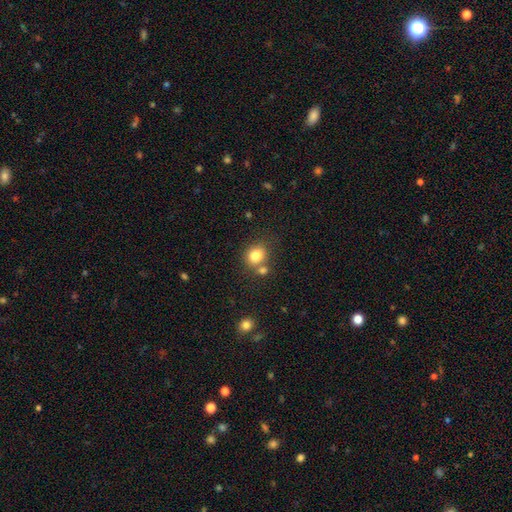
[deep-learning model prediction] Q: Smooth or featured?
A: smooth (82%); runner-up: star or artifact (10%)
Q: How rounded?
A: round (64%); runner-up: in between (35%)
Q: Merging?
A: none (60%); runner-up: merger (25%)